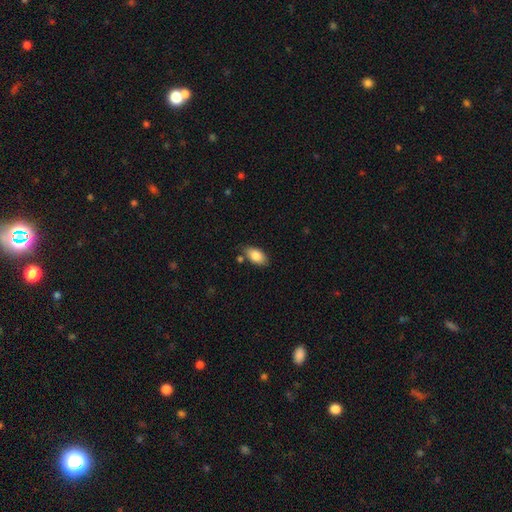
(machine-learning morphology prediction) Q: Smooth or featured?
A: smooth (85%); runner-up: featured or disk (8%)
Q: How rounded?
A: in between (93%); runner-up: round (4%)
Q: Merging?
A: none (75%); runner-up: minor disturbance (15%)